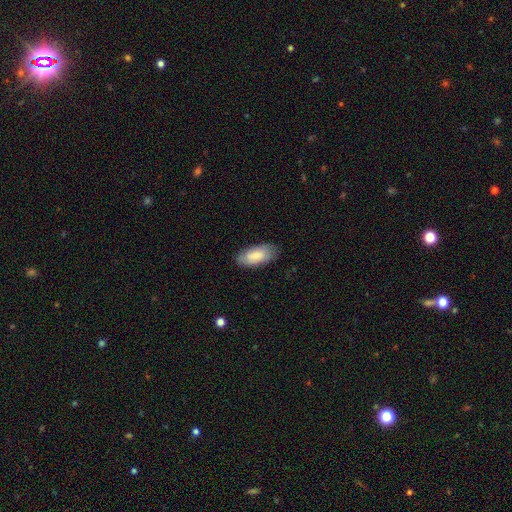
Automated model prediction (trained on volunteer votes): Overall: smooth (77%). How rounded: in between (91%). Merging: none (81%).